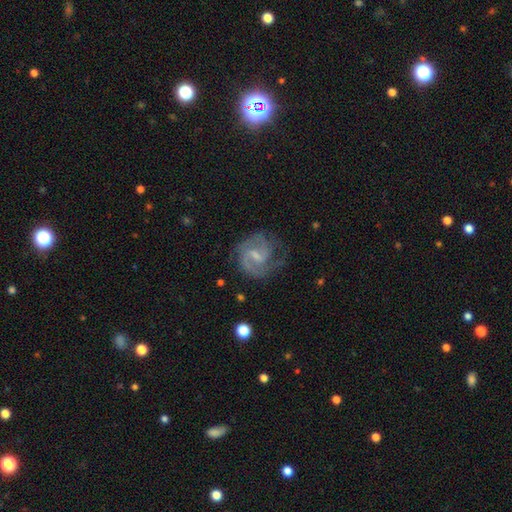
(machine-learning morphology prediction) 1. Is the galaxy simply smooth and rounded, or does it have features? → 84% featured or disk, 11% smooth, 6% star or artifact.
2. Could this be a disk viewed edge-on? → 98% no, 2% yes.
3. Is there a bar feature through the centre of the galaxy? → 63% weak, 19% strong, 19% no.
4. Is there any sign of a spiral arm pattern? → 95% yes, 5% no.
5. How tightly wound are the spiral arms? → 53% medium, 30% tight, 17% loose.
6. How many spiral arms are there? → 71% 2, 11% can't tell, 9% 3, 6% 1, 2% 4, 2% more than 4.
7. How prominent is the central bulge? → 49% small, 28% moderate, 21% none, 2% large, 1% dominant.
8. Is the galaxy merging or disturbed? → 62% none, 21% minor disturbance, 15% major disturbance, 2% merger.